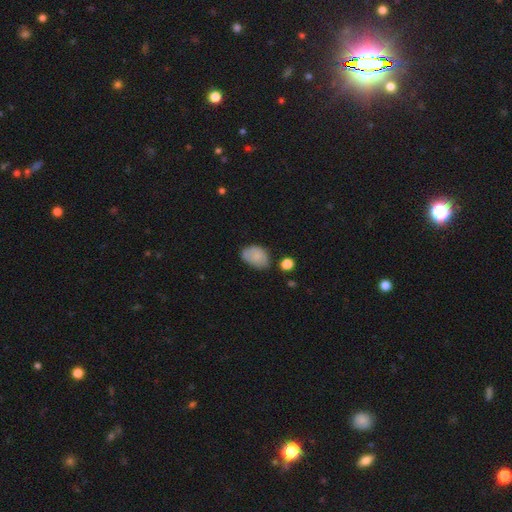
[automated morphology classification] This appears to be a smooth galaxy with no disk features (81%) that is in between round and cigar-shaped (82%). Merging: none (57%).